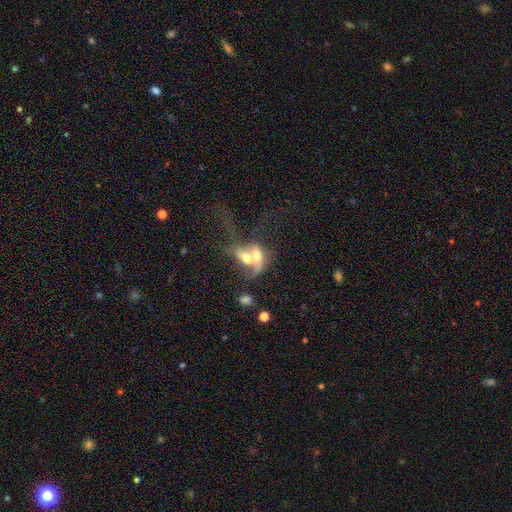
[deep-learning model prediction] The model was most divided on "smooth or featured": smooth: 50%, featured or disk: 41%, star or artifact: 9%. More confident: merging — merger (79%).